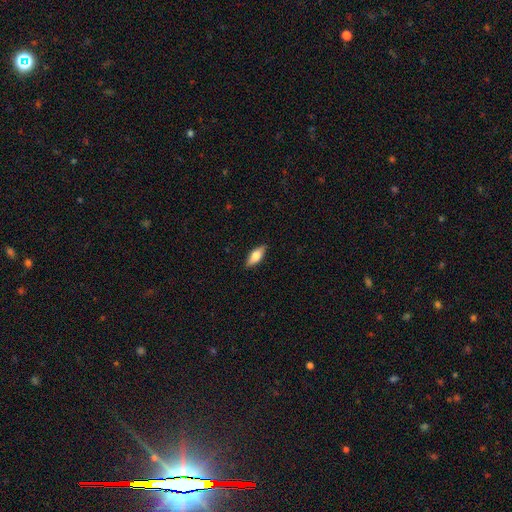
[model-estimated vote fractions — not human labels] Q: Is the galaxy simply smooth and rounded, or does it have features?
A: smooth — 72%.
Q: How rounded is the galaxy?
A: in between — 76%.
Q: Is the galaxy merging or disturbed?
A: none — 87%.